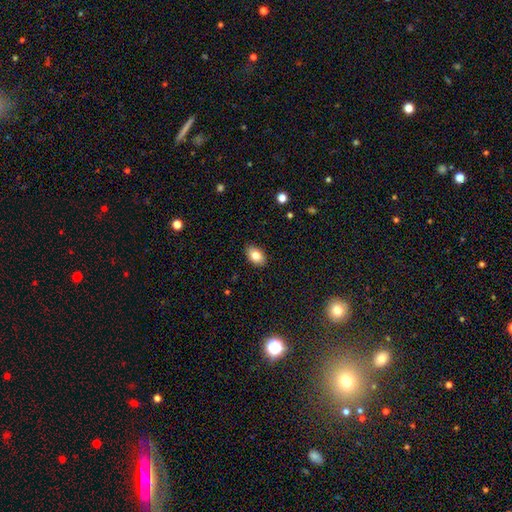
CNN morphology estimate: This appears to be a smooth galaxy with no disk features (82%) that is in between round and cigar-shaped (90%). Merging: none (89%).